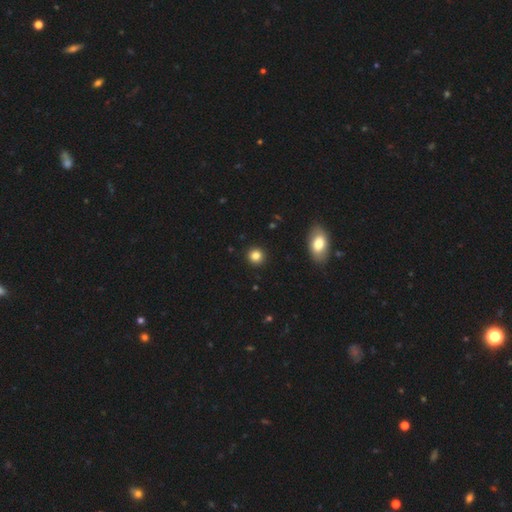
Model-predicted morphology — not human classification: smooth 84%, star or artifact 11%, featured or disk 5%. Down the decision tree: how rounded — round (91%); merging — none (92%).